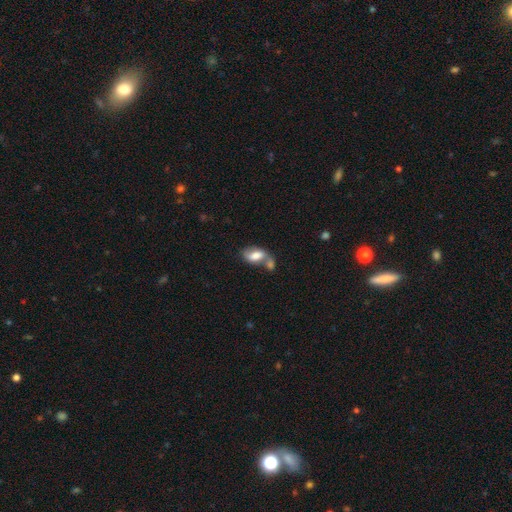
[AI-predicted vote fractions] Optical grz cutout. It shows a smooth galaxy with no disk features (63%) that is in between round and cigar-shaped (89%). Merging: merger (52%).